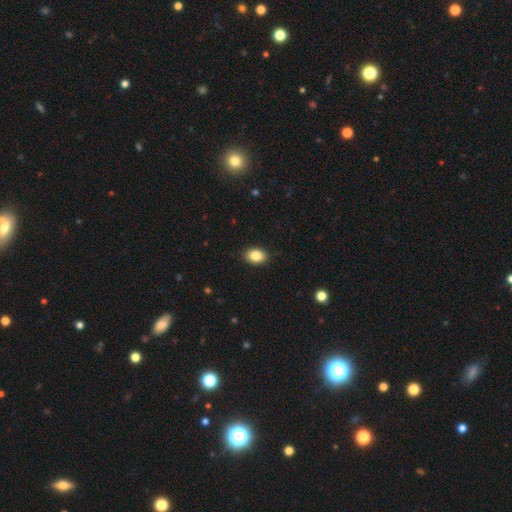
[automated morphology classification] Smooth or featured? smooth (86%)
How rounded? in between (79%)
Merging? none (89%)